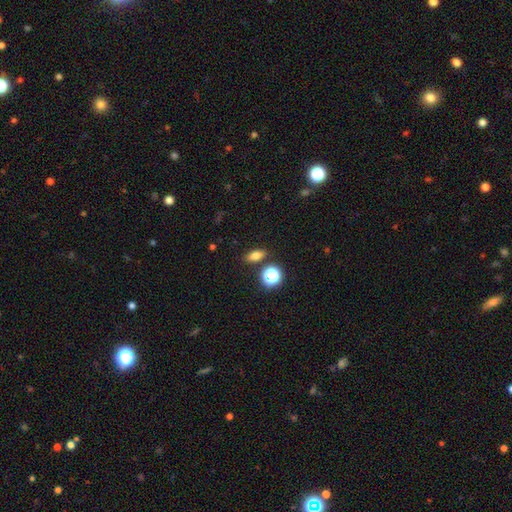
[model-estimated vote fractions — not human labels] Smooth or featured?
  - smooth: 73% *
  - star or artifact: 16%
  - featured or disk: 10%
How rounded?
  - in between: 70% *
  - round: 17%
  - cigar-shaped: 13%
Merging?
  - none: 83% *
  - minor disturbance: 9%
  - merger: 5%
  - major disturbance: 3%